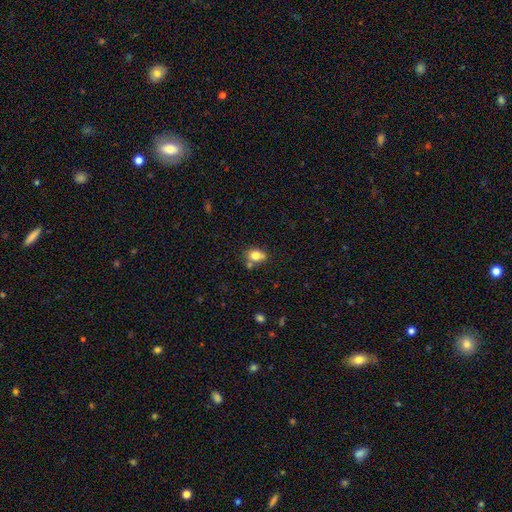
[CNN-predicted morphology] This is likely a smooth galaxy (78%). How rounded: possibly in between (60%). Merging: possibly none (57%).